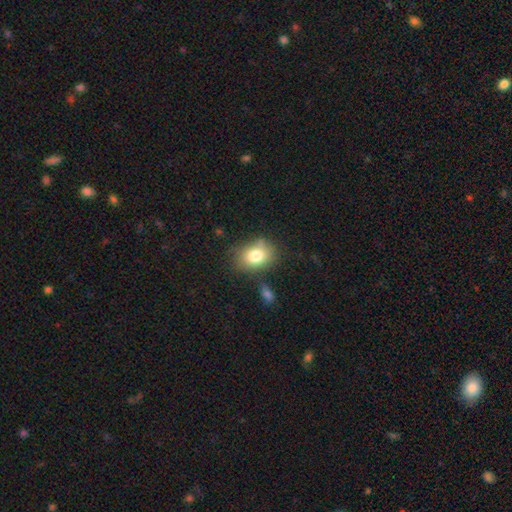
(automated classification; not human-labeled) smooth_or_featured: smooth (p=0.80) [alt: featured or disk p=0.11]
how_rounded: in between (p=0.66) [alt: round p=0.33]
merging: none (p=0.69) [alt: minor disturbance p=0.20]